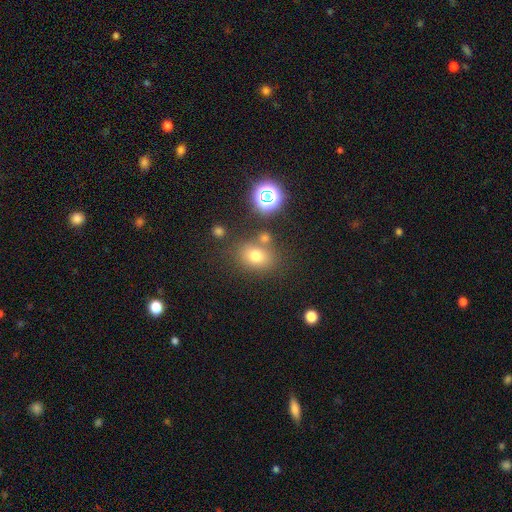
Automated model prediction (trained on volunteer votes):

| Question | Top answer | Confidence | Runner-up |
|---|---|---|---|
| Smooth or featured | smooth | 70% | star or artifact (19%) |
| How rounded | round | 53% | in between (45%) |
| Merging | none | 67% | merger (15%) |